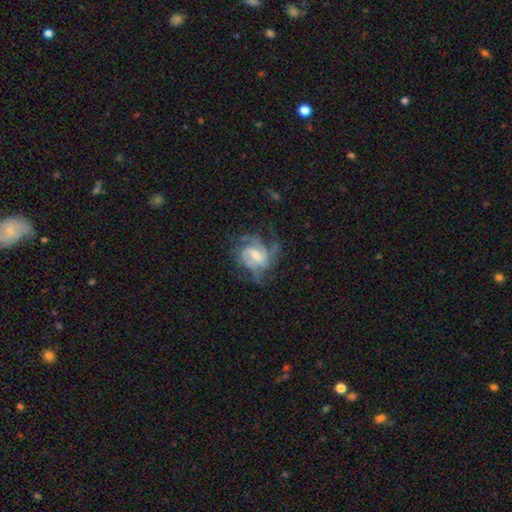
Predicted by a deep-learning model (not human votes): featured or disk 75%, smooth 17%, star or artifact 7%. Down the decision tree: edge-on disk — no (98%); bar — weak (52%); spiral arms — yes (87%); spiral arm count — 2 (30%); spiral winding — medium (46%); bulge size — moderate (40%); merging — none (44%).